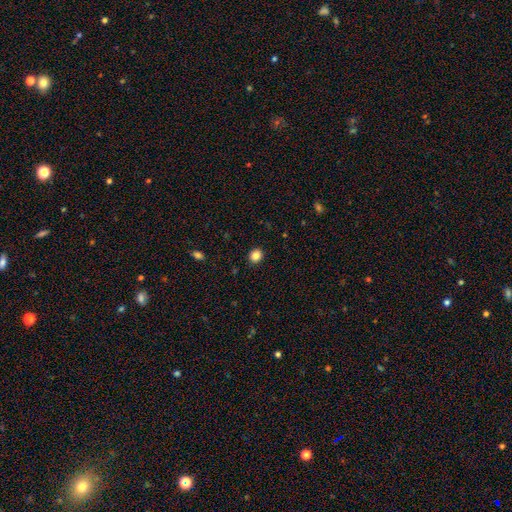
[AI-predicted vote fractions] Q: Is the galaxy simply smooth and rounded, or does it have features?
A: smooth — 86%.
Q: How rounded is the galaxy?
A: round — 74%.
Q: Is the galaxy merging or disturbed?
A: none — 91%.